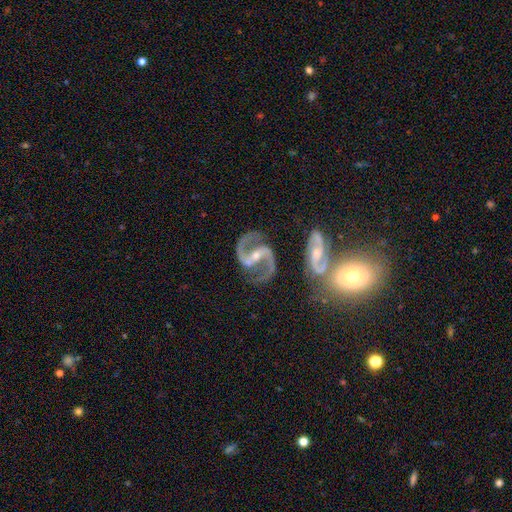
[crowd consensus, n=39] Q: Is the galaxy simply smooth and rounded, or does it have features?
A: featured or disk — 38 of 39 (97%).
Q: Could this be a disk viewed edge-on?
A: no — 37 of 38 (97%).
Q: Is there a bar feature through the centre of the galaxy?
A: strong — 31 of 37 (84%).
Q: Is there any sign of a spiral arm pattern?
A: yes — 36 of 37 (97%).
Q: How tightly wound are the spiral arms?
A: medium — 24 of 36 (67%).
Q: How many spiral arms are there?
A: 2 — 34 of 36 (94%).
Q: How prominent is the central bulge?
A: small — 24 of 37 (65%).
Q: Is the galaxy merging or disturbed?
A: none — 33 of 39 (85%).